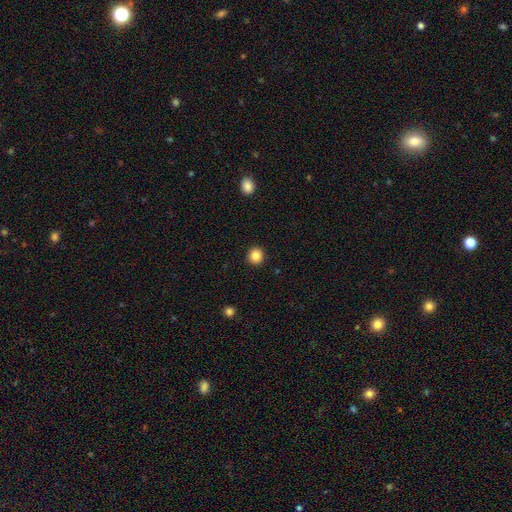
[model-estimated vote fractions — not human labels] A smooth galaxy with no disk features (85%) that is round (92%). Merging: none (93%).